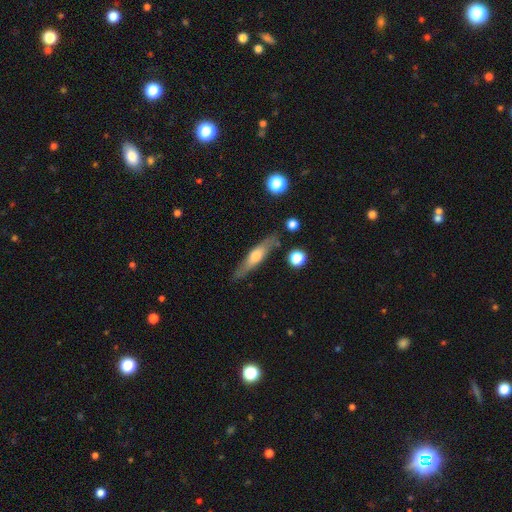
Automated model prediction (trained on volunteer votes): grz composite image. It shows a featured or disk galaxy (49%). Merging: none (79%).